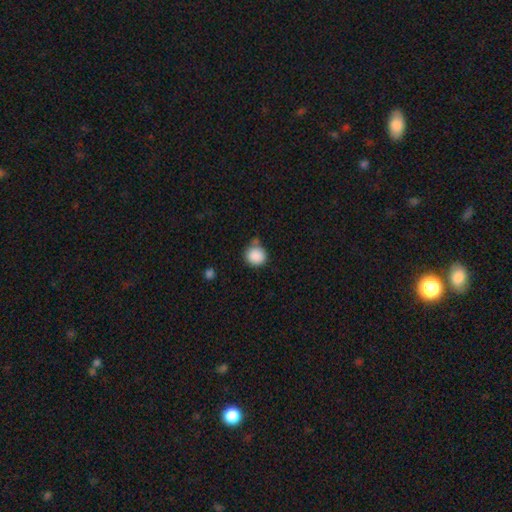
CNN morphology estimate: Q: Smooth or featured?
A: smooth (88%); runner-up: star or artifact (9%)
Q: How rounded?
A: round (90%); runner-up: in between (9%)
Q: Merging?
A: none (67%); runner-up: minor disturbance (19%)